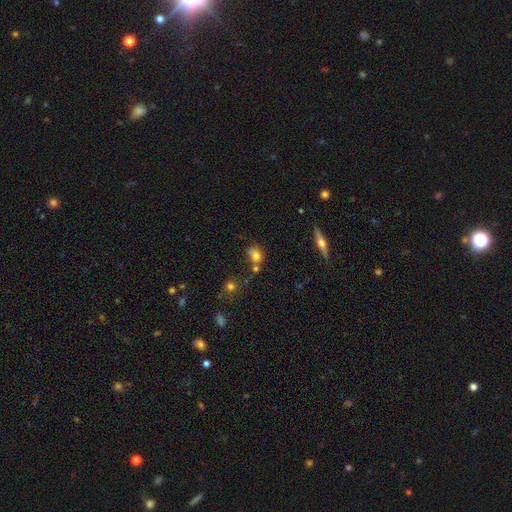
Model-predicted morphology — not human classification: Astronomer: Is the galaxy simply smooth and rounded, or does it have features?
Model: smooth — 73%.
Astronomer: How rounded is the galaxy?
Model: round — 51% (runner-up: in between, 46%).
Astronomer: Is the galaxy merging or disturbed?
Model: none — 49% (runner-up: merger, 25%).